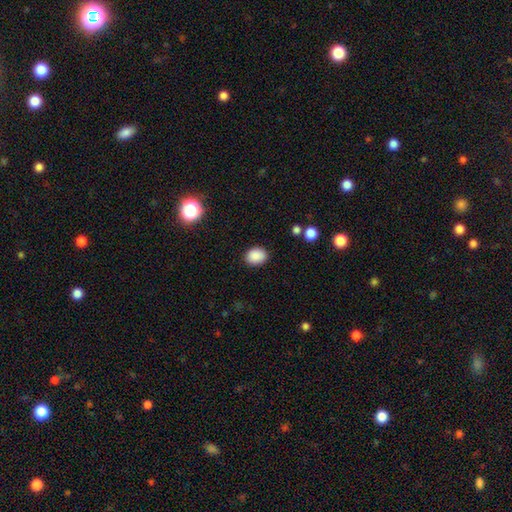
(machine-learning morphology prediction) Smooth or featured: smooth — 87% (star or artifact — 9%)
How rounded: in between — 54% (round — 45%)
Merging: none — 88% (minor disturbance — 9%)